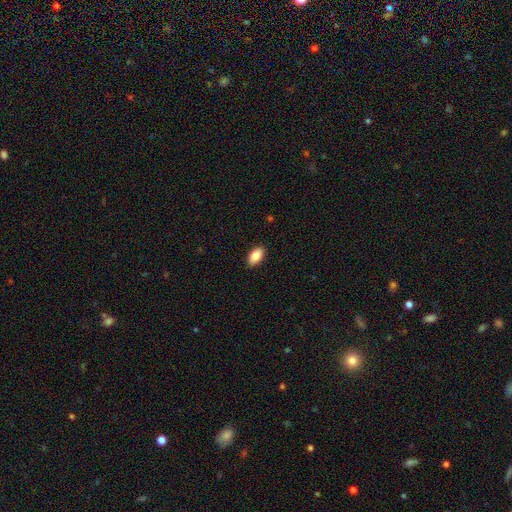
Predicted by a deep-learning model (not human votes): Morphology: type=smooth (87%); roundness=in between (93%); merging=none (90%).